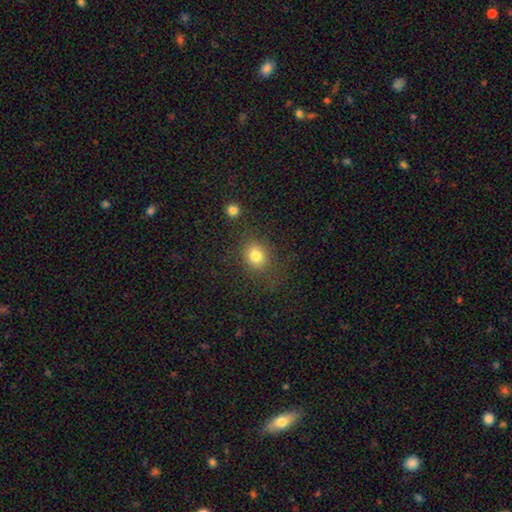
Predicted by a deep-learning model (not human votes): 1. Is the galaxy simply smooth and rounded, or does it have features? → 81% smooth, 12% star or artifact, 7% featured or disk.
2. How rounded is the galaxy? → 70% round, 29% in between, 1% cigar-shaped.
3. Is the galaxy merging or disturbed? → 77% none, 13% minor disturbance, 7% major disturbance, 4% merger.